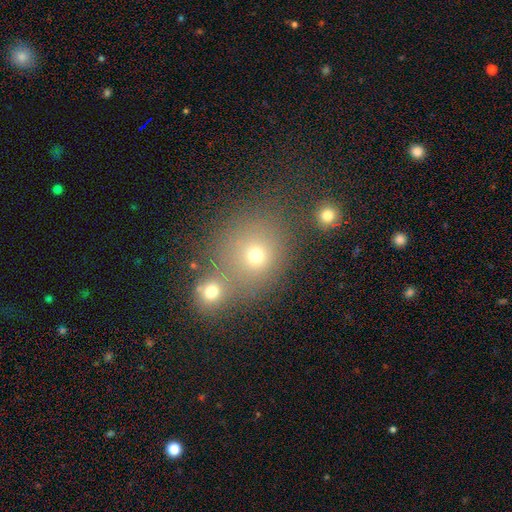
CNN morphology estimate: This appears to be a smooth galaxy with no disk features (69%) that is round (80%). Merging: none (49%).